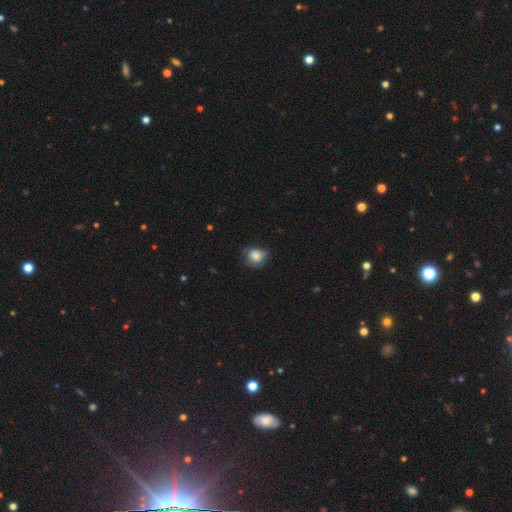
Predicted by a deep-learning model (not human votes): smooth 77%, featured or disk 13%, star or artifact 9%. Down the decision tree: how rounded — round (68%); merging — none (56%).